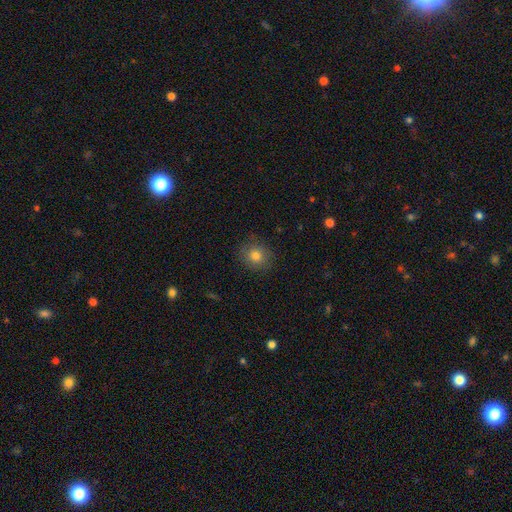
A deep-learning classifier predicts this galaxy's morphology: smooth_or_featured: smooth (p=0.81) [alt: star or artifact p=0.11]
how_rounded: round (p=0.77) [alt: in between p=0.22]
merging: none (p=0.86) [alt: minor disturbance p=0.11]